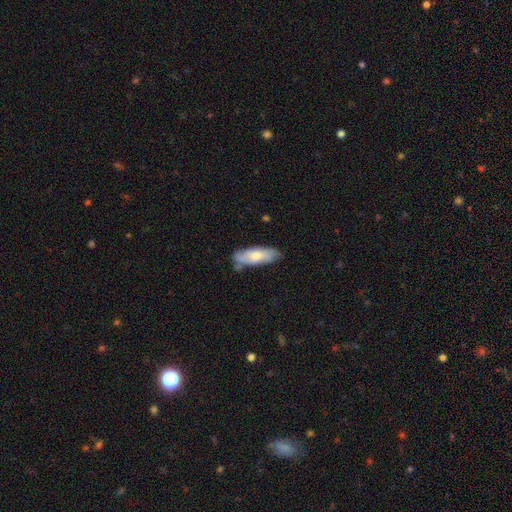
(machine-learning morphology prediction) Overall: smooth (61%; featured or disk 33%). How rounded: in between (57%; cigar-shaped 41%). Merging: none (69%).